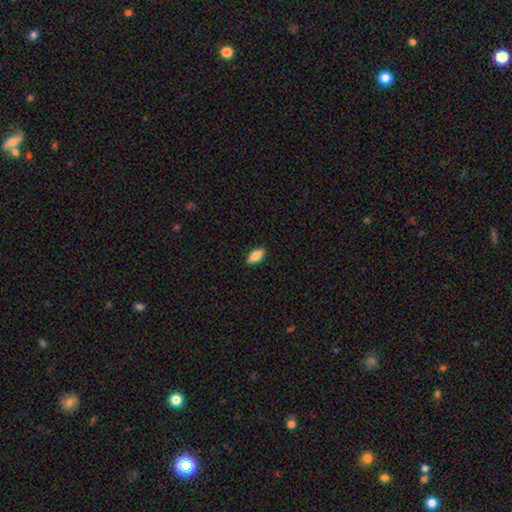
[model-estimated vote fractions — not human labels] smooth 83%, featured or disk 10%, star or artifact 7%. Down the decision tree: how rounded — in between (85%); merging — none (89%).